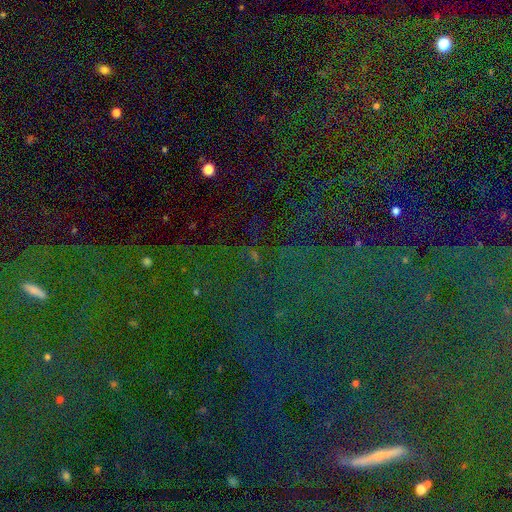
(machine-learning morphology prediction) This is likely a star or artifact rather than a galaxy (79%).